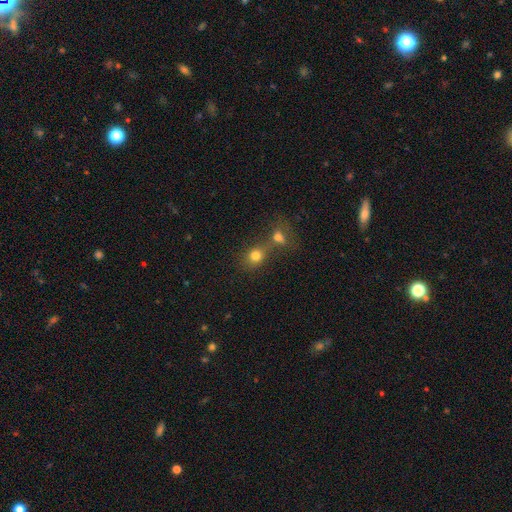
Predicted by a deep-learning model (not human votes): A smooth galaxy with no disk features (77%) that is round (67%).

Vote fractions:
- Smooth or featured? smooth: 77% / star or artifact: 14% / featured or disk: 10%
- How rounded? round: 67% / in between: 32% / cigar-shaped: 1%
- Merging? merger: 48% / none: 39% / minor disturbance: 8% / major disturbance: 5%